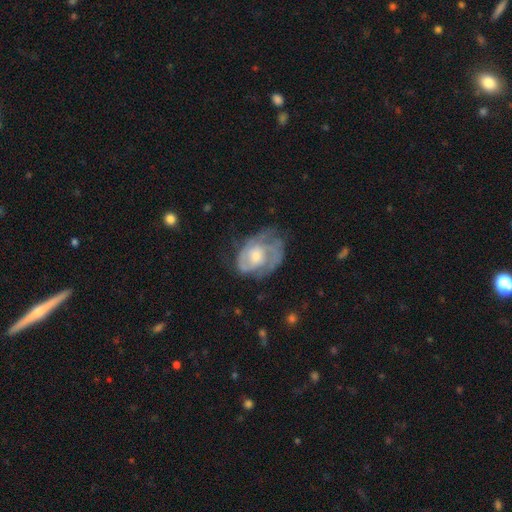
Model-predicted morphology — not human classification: Smooth or featured: featured or disk — 75% (smooth — 19%)
Edge-on disk: no — 97% (yes — 3%)
Bar: no — 71% (weak — 25%)
Spiral arms: yes — 86% (no — 14%)
Spiral winding: tight — 50% (medium — 37%)
Spiral arm count: 2 — 39% (can't tell — 32%)
Bulge size: moderate — 52% (small — 36%)
Merging: none — 52% (minor disturbance — 27%)